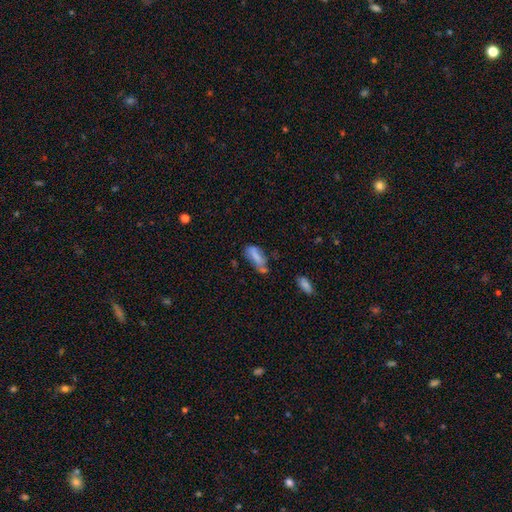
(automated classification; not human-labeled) The model was most divided on "merging": none: 36%, minor disturbance: 31%, major disturbance: 17%, merger: 16%. More confident: smooth or featured — smooth (69%); how rounded — in between (67%).